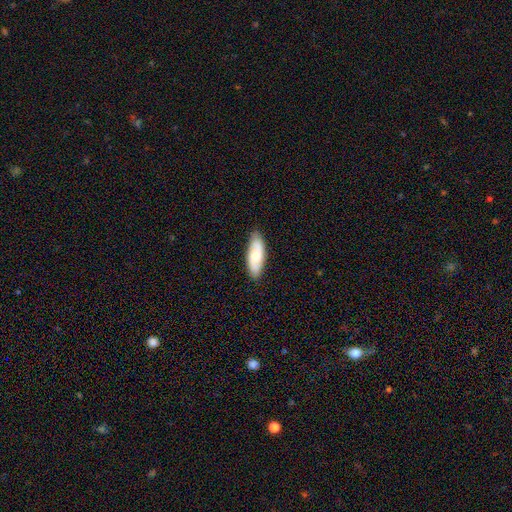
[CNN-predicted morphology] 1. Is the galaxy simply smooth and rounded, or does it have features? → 61% smooth, 33% featured or disk, 6% star or artifact.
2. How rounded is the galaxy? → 67% in between, 31% cigar-shaped, 2% round.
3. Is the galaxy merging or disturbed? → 85% none, 11% minor disturbance, 2% major disturbance, 1% merger.